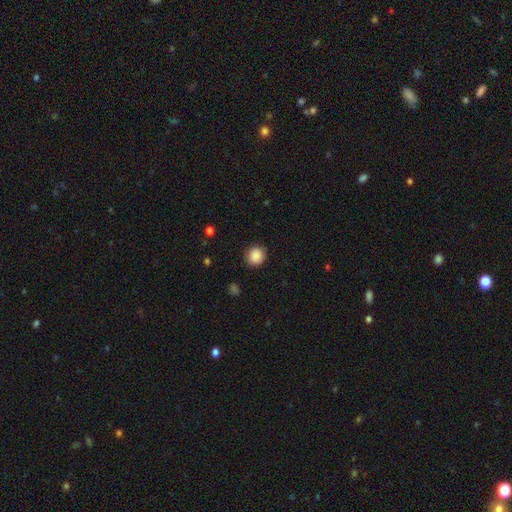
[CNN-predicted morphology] This appears to be a smooth galaxy with no disk features (88%) that is round (86%). Merging: none (87%).